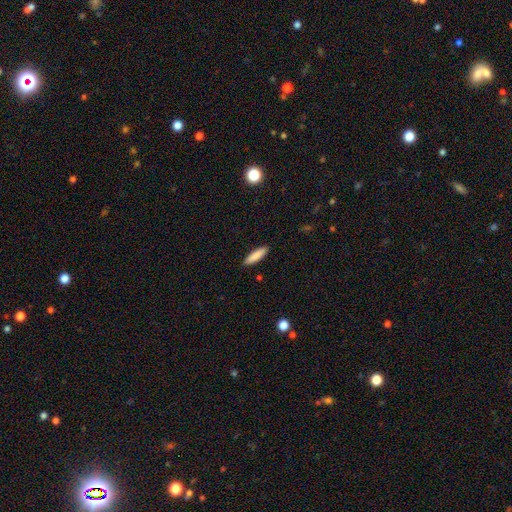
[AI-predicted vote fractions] smooth 86%, featured or disk 8%, star or artifact 6%. Down the decision tree: how rounded — cigar-shaped (68%); merging — none (90%).